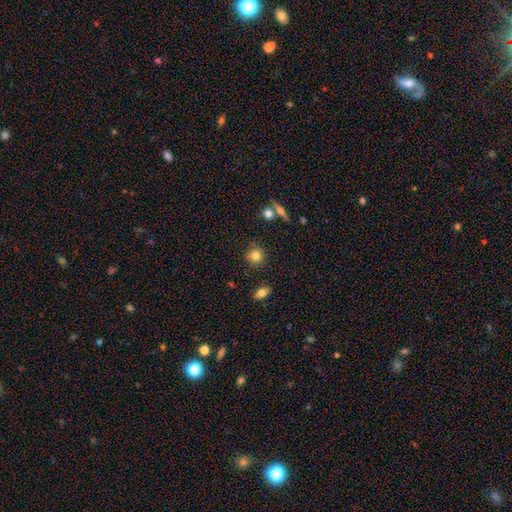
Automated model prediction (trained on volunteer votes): Morphology: type=smooth (81%); roundness=round (86%); merging=none (82%).